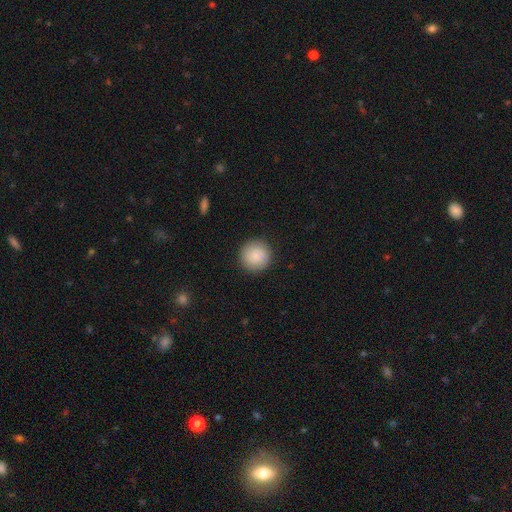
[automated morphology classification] A smooth galaxy with no disk features (89%) that is round (95%). Merging: none (91%).